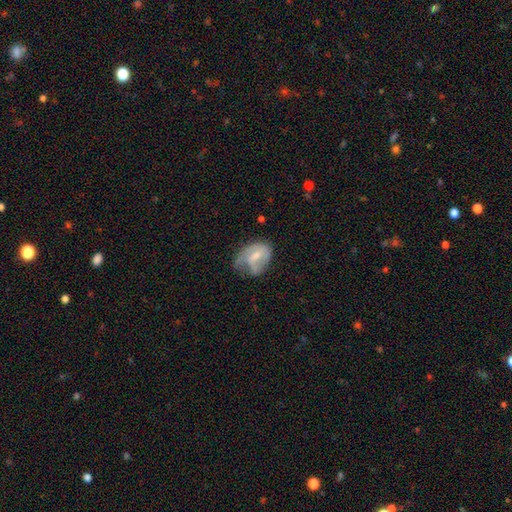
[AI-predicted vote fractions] Smooth or featured? featured or disk (52%)
Edge-on disk? no (97%)
Bar? weak (47%)
Spiral arms? yes (65%)
Bulge size? moderate (43%)
Merging? minor disturbance (36%)